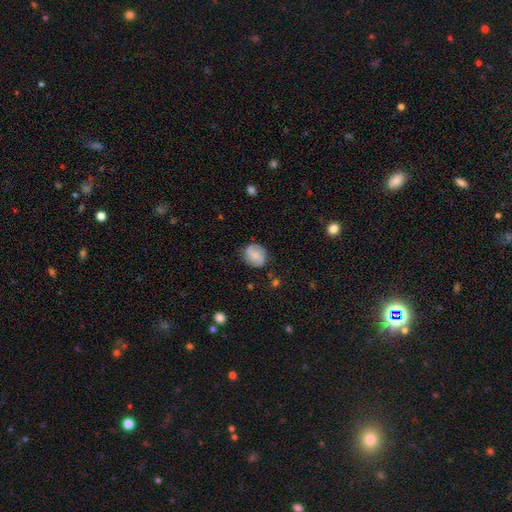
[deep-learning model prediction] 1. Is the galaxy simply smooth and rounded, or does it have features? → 56% smooth, 35% featured or disk, 8% star or artifact.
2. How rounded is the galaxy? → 64% round, 35% in between, 1% cigar-shaped.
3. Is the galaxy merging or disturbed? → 78% none, 16% minor disturbance, 5% major disturbance, 2% merger.